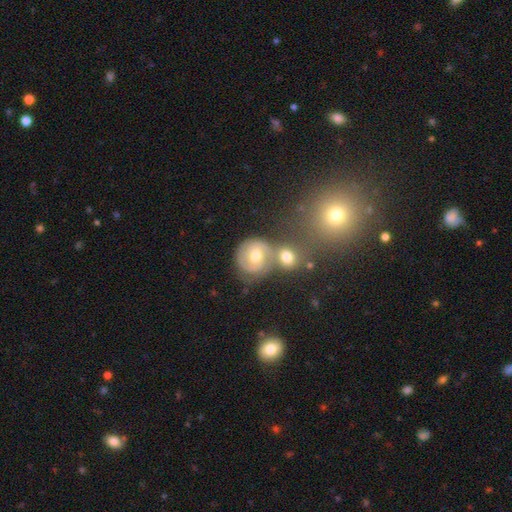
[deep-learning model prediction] This appears to be a featured or disk galaxy (65%) with no bar (59%), 2 (63%) tight (64%) spiral arms (85%) and a moderate central bulge (75%). Merging: none (47%).